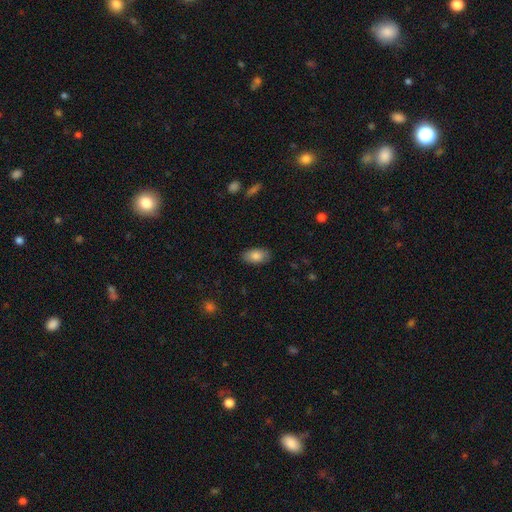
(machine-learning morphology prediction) Smooth or featured? smooth (84%)
How rounded? in between (93%)
Merging? none (86%)